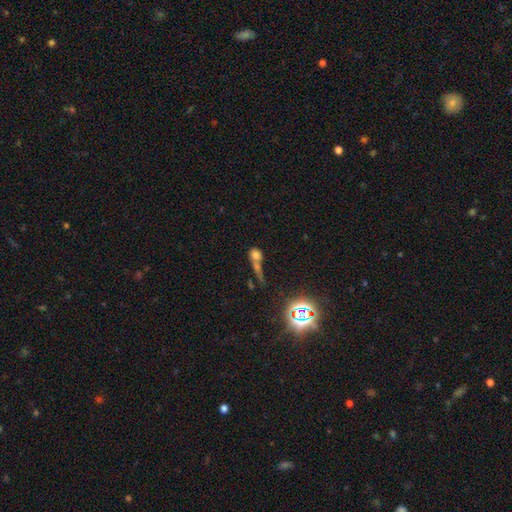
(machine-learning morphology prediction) Smooth or featured?
  - smooth: 60% *
  - star or artifact: 22%
  - featured or disk: 18%
How rounded?
  - round: 58% *
  - in between: 32%
  - cigar-shaped: 10%
Merging?
  - merger: 50% *
  - none: 29%
  - major disturbance: 11%
  - minor disturbance: 10%